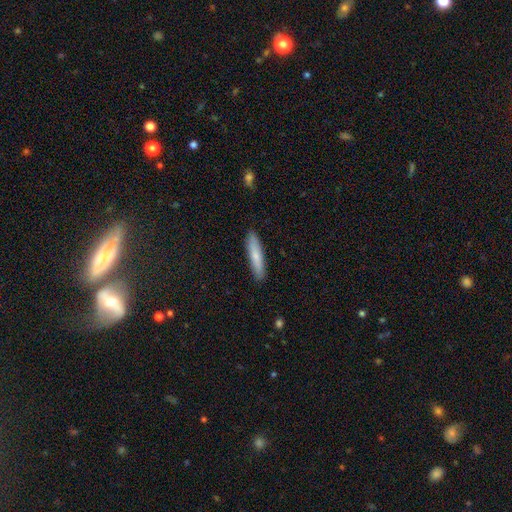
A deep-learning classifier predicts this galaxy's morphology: This is likely a smooth galaxy (72%). How rounded: clearly cigar-shaped (88%). Merging: clearly none (90%).